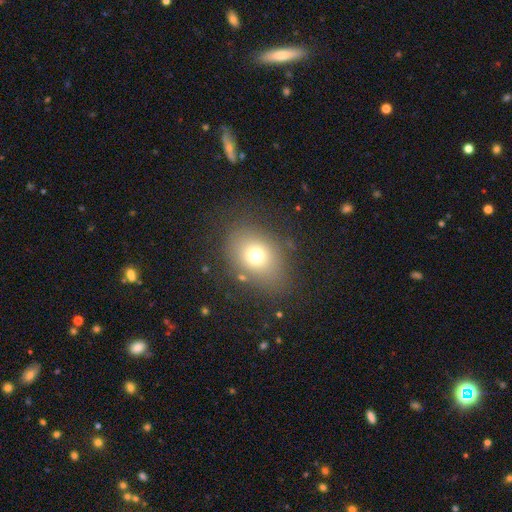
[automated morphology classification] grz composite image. It shows a smooth galaxy with no disk features (70%) that is in between round and cigar-shaped (54%). Merging: none (76%).